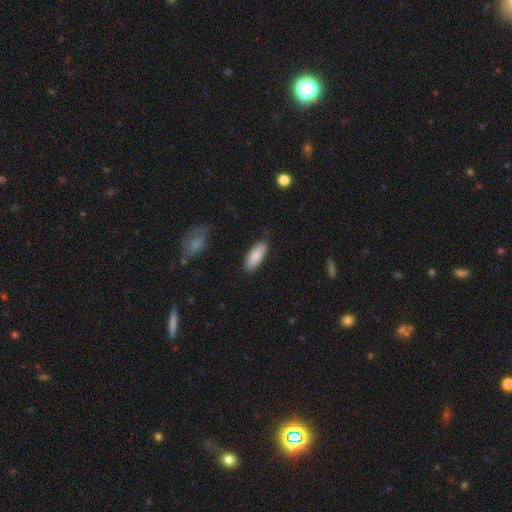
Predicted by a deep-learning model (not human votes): smooth 86%, featured or disk 8%, star or artifact 6%. Down the decision tree: how rounded — in between (74%); merging — none (84%).